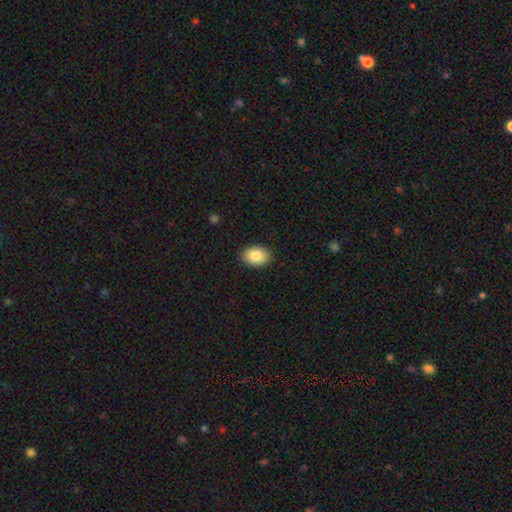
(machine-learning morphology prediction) Smooth or featured? Predicted: smooth (p=0.86). How rounded? Predicted: in between (p=0.79). Merging? Predicted: none (p=0.90).